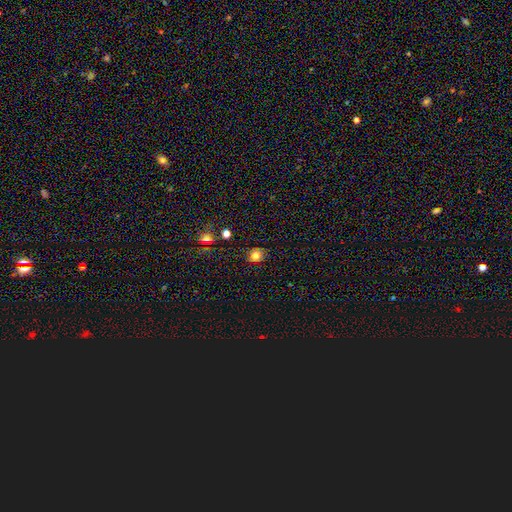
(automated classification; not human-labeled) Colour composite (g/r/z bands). It shows a smooth galaxy with no disk features (75%) that is round (72%). Merging: none (81%).